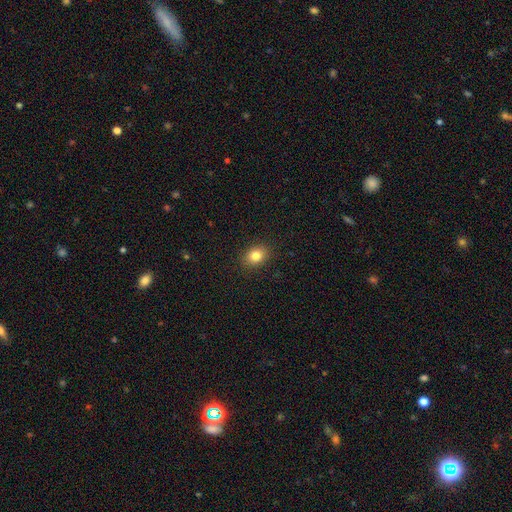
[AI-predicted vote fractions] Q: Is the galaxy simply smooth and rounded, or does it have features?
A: smooth — 82%.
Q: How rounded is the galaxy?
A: in between — 63%.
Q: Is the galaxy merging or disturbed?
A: none — 89%.